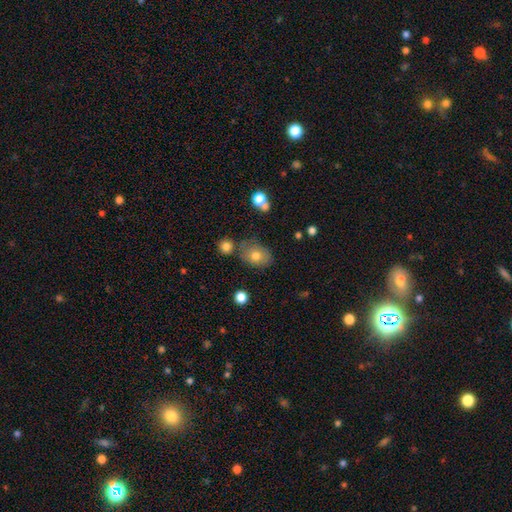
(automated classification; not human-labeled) The model was most divided on "how rounded": in between: 66%, round: 32%, cigar-shaped: 1%. More confident: smooth or featured — smooth (75%); merging — none (69%).